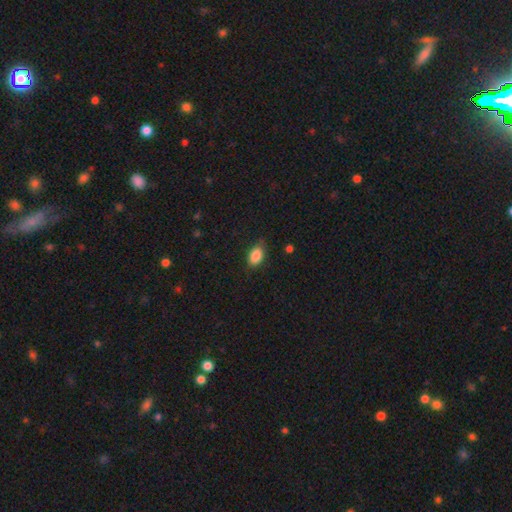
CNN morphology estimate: A smooth galaxy with no disk features (87%) that is in between round and cigar-shaped (88%). Merging: none (78%).